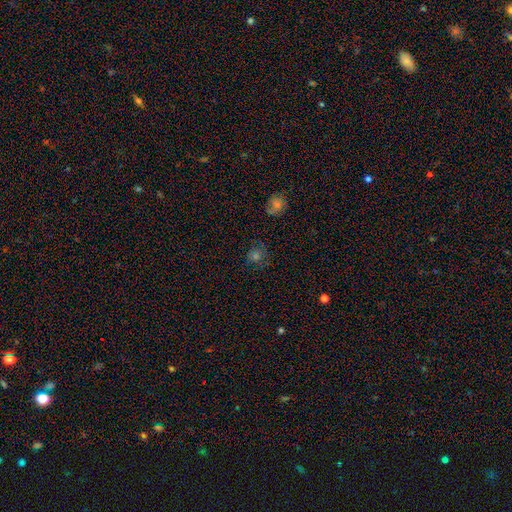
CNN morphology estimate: smooth 45%, star or artifact 29%, featured or disk 26%. Down the decision tree: merging — none (73%).